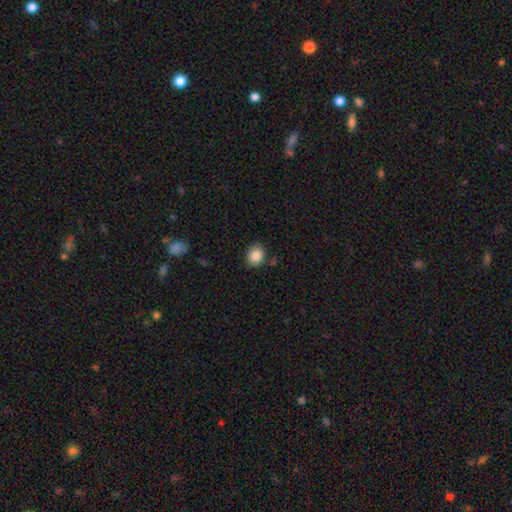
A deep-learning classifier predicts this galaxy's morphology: Q: Smooth or featured?
A: smooth (87%); runner-up: star or artifact (9%)
Q: How rounded?
A: round (66%); runner-up: in between (33%)
Q: Merging?
A: none (82%); runner-up: minor disturbance (12%)